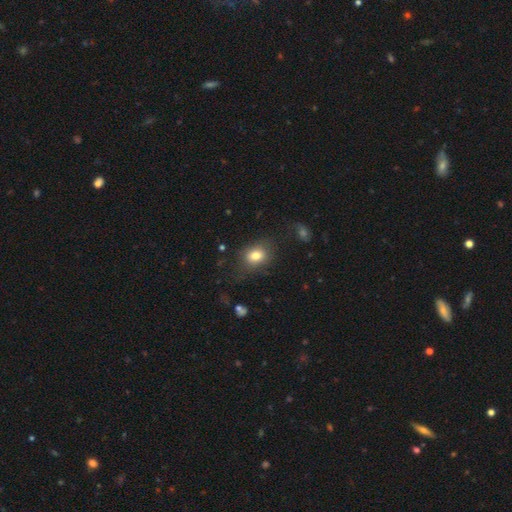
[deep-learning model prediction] A smooth galaxy with no disk features (78%) that is in between round and cigar-shaped (57%).

Vote fractions:
- Smooth or featured? smooth: 78% / star or artifact: 11% / featured or disk: 10%
- How rounded? in between: 57% / round: 42% / cigar-shaped: 1%
- Merging? none: 71% / minor disturbance: 18% / major disturbance: 9% / merger: 2%